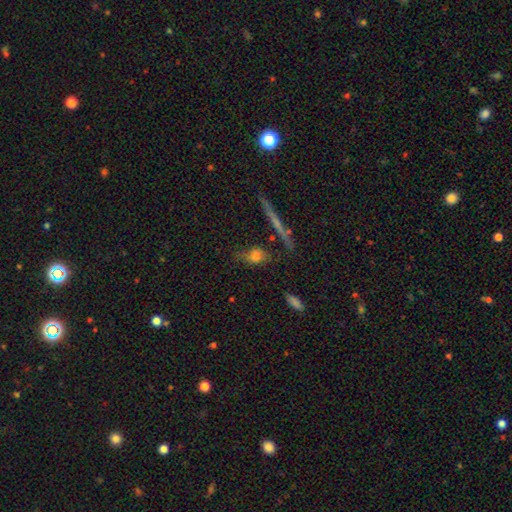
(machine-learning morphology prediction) Overall: smooth (66%). How rounded: in between (60%; round 25%). Merging: none (64%).